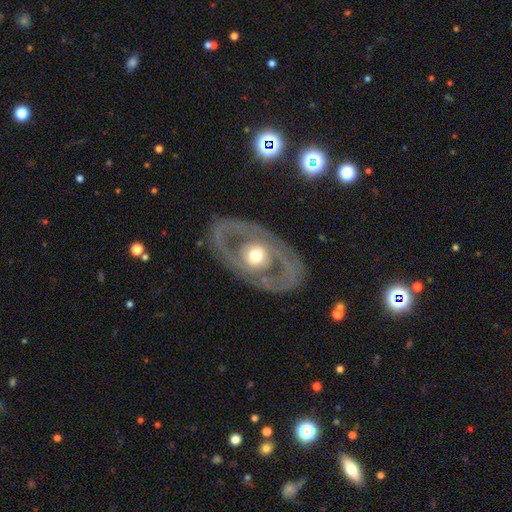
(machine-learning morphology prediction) Smooth or featured?
  - featured or disk: 76% *
  - smooth: 19%
  - star or artifact: 4%
Edge-on disk?
  - no: 91% *
  - yes: 9%
Bar?
  - no: 76% *
  - weak: 17%
  - strong: 7%
Spiral arms?
  - no: 58% *
  - yes: 42%
Bulge size?
  - moderate: 69% *
  - large: 18%
  - small: 11%
  - dominant: 2%
  - none: 1%
Merging?
  - none: 81% *
  - minor disturbance: 11%
  - major disturbance: 7%
  - merger: 1%